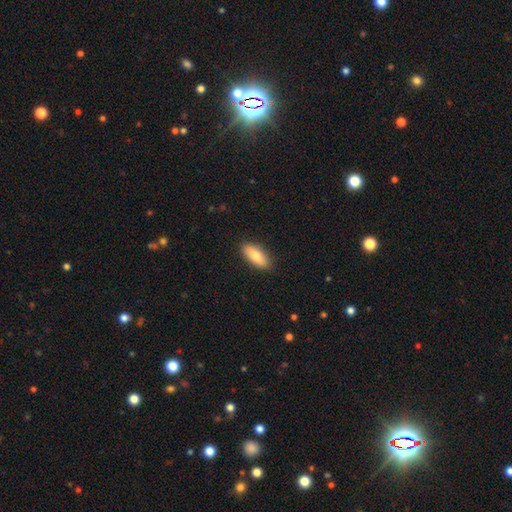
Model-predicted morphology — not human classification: A smooth galaxy with no disk features (79%) that is in between round and cigar-shaped (80%).

Vote fractions:
- Smooth or featured? smooth: 79% / featured or disk: 15% / star or artifact: 6%
- How rounded? in between: 80% / cigar-shaped: 18% / round: 2%
- Merging? none: 88% / minor disturbance: 9% / major disturbance: 2% / merger: 1%